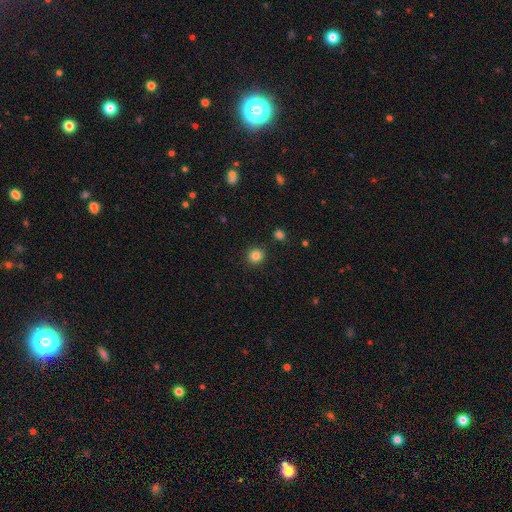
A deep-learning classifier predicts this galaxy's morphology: type=smooth (84%); roundness=round (89%); merging=none (90%).